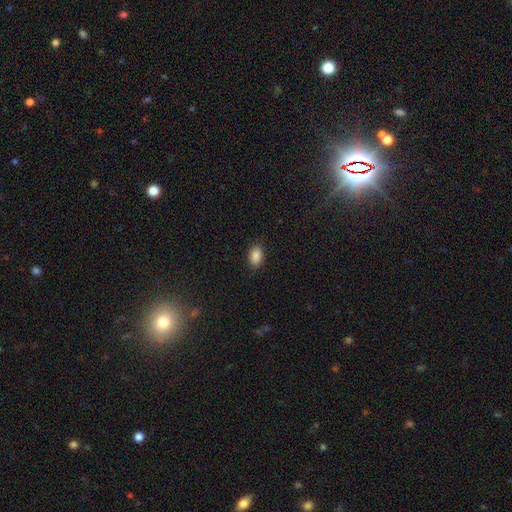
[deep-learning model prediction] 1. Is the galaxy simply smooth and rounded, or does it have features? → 87% smooth, 8% star or artifact, 4% featured or disk.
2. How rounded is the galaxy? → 89% in between, 10% round, 2% cigar-shaped.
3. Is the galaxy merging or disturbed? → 86% none, 11% minor disturbance, 3% major disturbance, 1% merger.